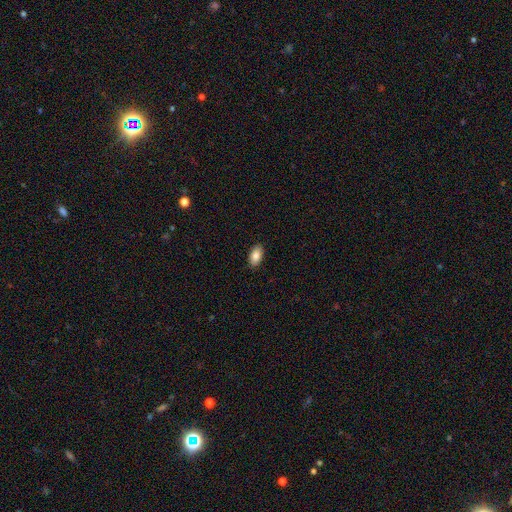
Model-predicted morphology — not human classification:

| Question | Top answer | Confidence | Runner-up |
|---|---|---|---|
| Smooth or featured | smooth | 85% | featured or disk (8%) |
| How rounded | in between | 93% | round (4%) |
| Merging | none | 89% | minor disturbance (8%) |